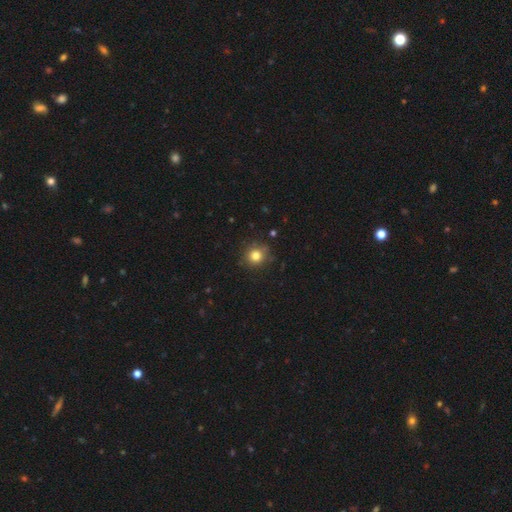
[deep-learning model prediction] smooth 81%, star or artifact 12%, featured or disk 7%. Down the decision tree: how rounded — round (90%); merging — none (84%).